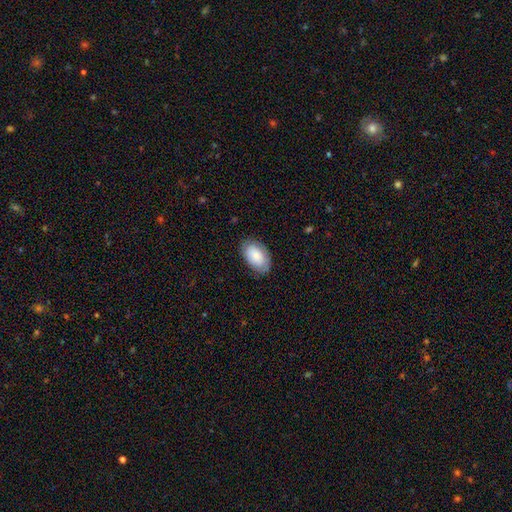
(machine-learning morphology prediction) A smooth galaxy with no disk features (81%) that is in between round and cigar-shaped (93%).

Vote fractions:
- Smooth or featured? smooth: 81% / featured or disk: 12% / star or artifact: 6%
- How rounded? in between: 93% / round: 6% / cigar-shaped: 1%
- Merging? none: 80% / minor disturbance: 16% / major disturbance: 4% / merger: 1%